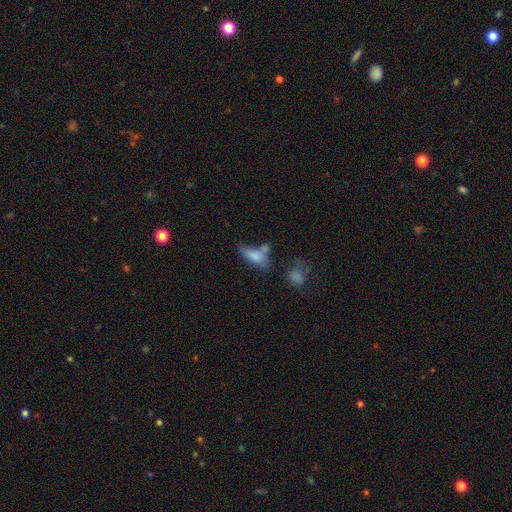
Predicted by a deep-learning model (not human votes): Smooth or featured? smooth (72%)
How rounded? in between (80%)
Merging? none (30%, tied with merger)